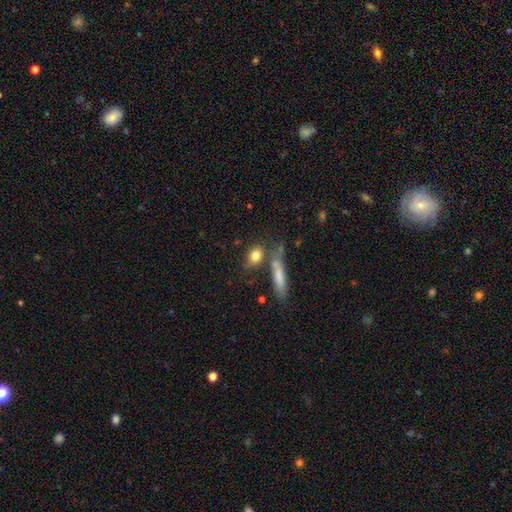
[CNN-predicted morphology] Q: Smooth or featured?
A: smooth (80%); runner-up: featured or disk (12%)
Q: How rounded?
A: in between (59%); runner-up: round (24%)
Q: Merging?
A: none (64%); runner-up: merger (17%)